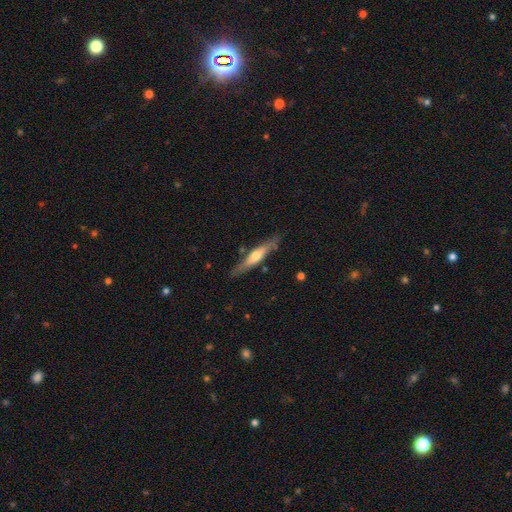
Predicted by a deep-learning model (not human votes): Morphology: type=featured or disk (57%); edge-on=yes (89%); edge-on bulge=rounded (82%); merging=none (81%).